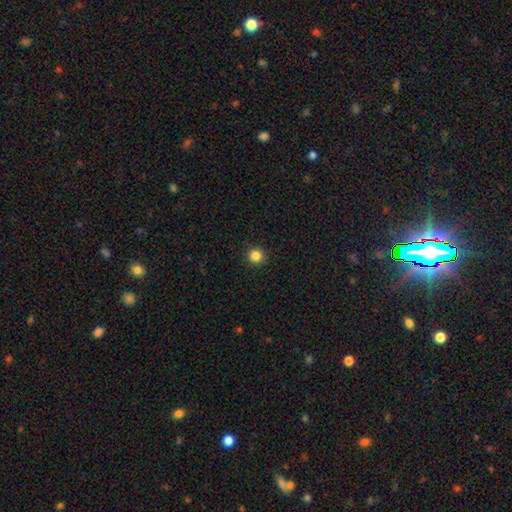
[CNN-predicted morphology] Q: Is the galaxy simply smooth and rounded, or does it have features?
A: smooth — 85%.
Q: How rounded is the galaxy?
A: round — 95%.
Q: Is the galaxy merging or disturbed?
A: none — 92%.